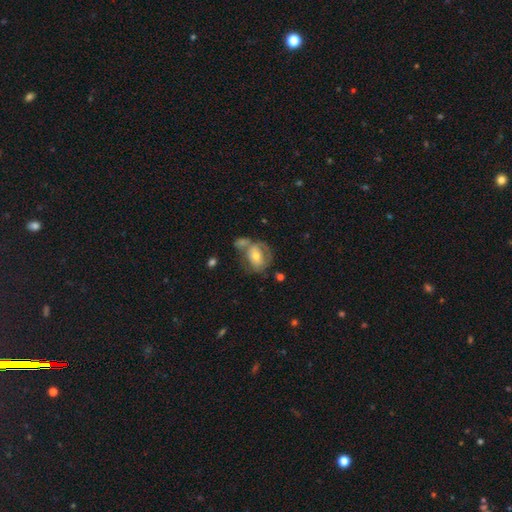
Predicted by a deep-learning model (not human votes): smooth_or_featured: featured or disk (p=0.49) [alt: smooth p=0.43]
merging: none (p=0.33) [alt: merger p=0.31]